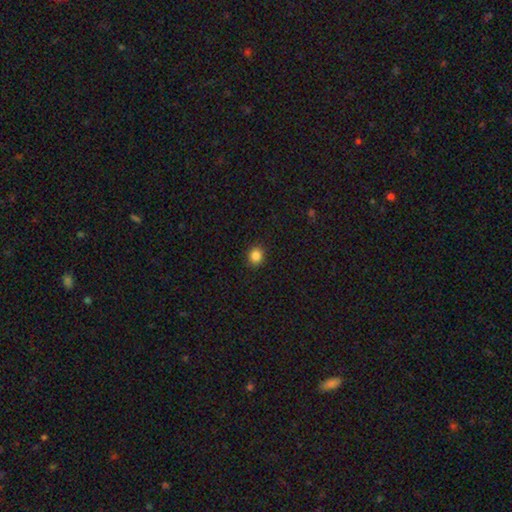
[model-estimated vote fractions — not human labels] A smooth galaxy with no disk features (85%) that is round (83%).

Vote fractions:
- Smooth or featured? smooth: 85% / star or artifact: 11% / featured or disk: 4%
- How rounded? round: 83% / in between: 16% / cigar-shaped: 1%
- Merging? none: 91% / minor disturbance: 6% / major disturbance: 2% / merger: 1%